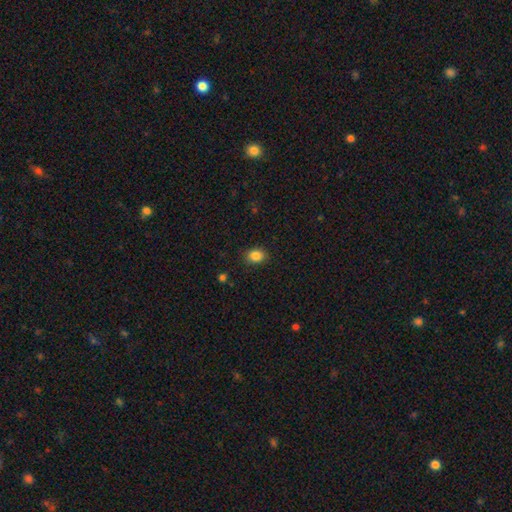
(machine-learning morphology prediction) A smooth galaxy with no disk features (85%) that is round (51%).

Vote fractions:
- Smooth or featured? smooth: 85% / star or artifact: 10% / featured or disk: 5%
- How rounded? round: 51% / in between: 48% / cigar-shaped: 1%
- Merging? none: 86% / minor disturbance: 10% / major disturbance: 2% / merger: 1%